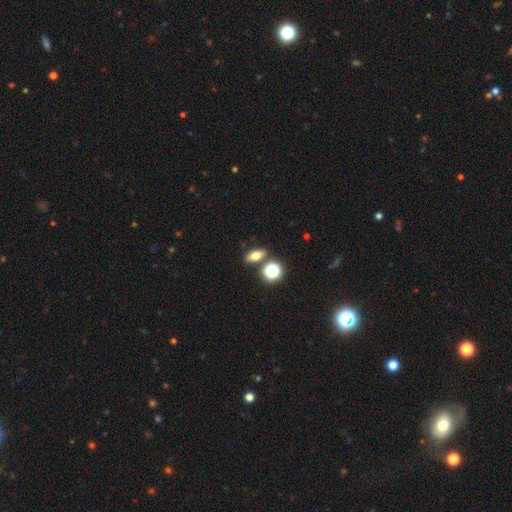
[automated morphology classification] smooth-or-featured: smooth: 65% | featured or disk: 20% | star or artifact: 15%
  how-rounded: in between: 64% | round: 20% | cigar-shaped: 16%
  merging: none: 77% | merger: 10% | minor disturbance: 9% | major disturbance: 3%